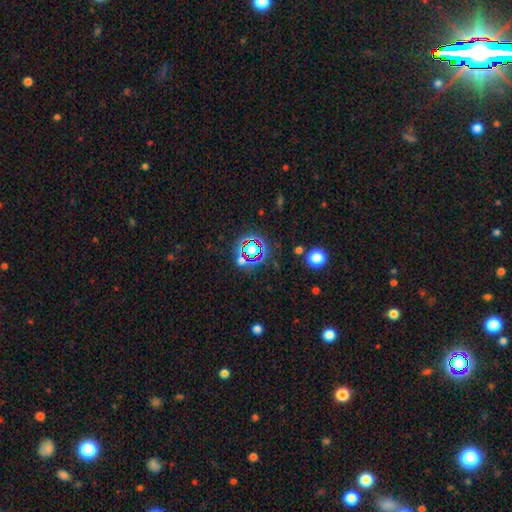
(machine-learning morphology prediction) This appears to be a star or artifact, not a galaxy (79%).